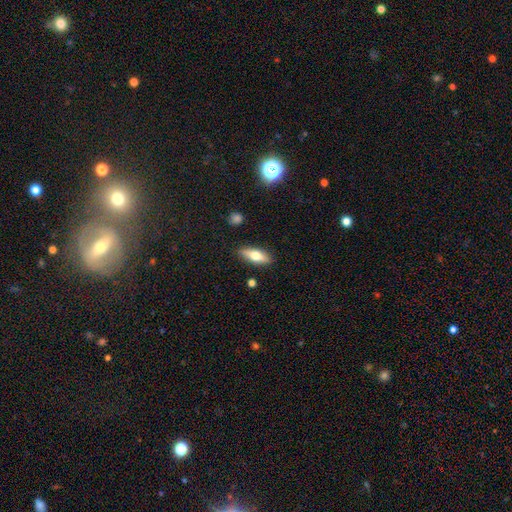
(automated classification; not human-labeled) Morphology: type=smooth (61%); roundness=in between (58%); merging=none (86%).